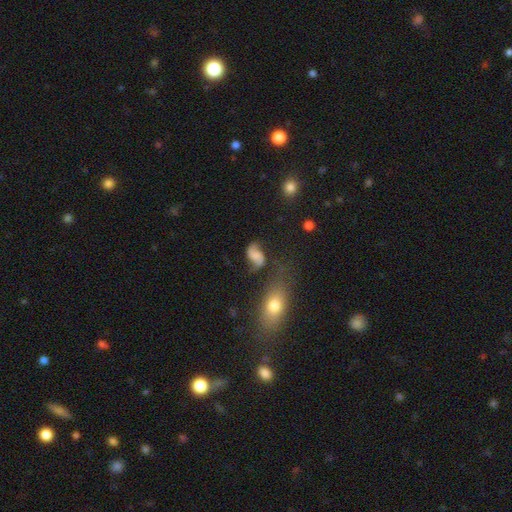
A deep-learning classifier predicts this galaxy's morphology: The model was most divided on "smooth or featured": featured or disk: 54%, smooth: 35%, star or artifact: 11%. More confident: edge-on disk — no (97%); spiral arms — yes (88%); bar — no (54%); merging — none (52%); bulge size — none (50%).